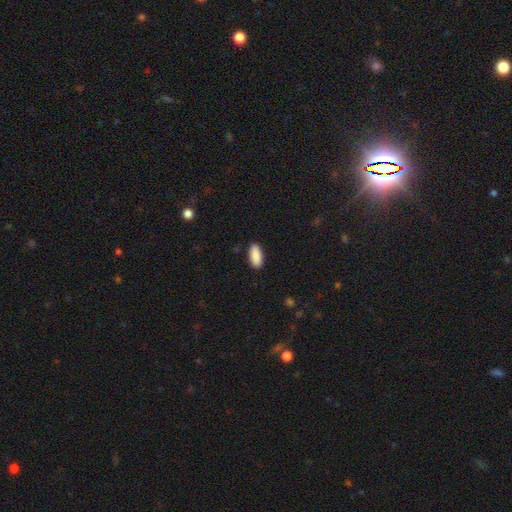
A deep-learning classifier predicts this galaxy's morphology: A smooth galaxy with no disk features (90%) that is in between round and cigar-shaped (84%). Merging: none (89%).